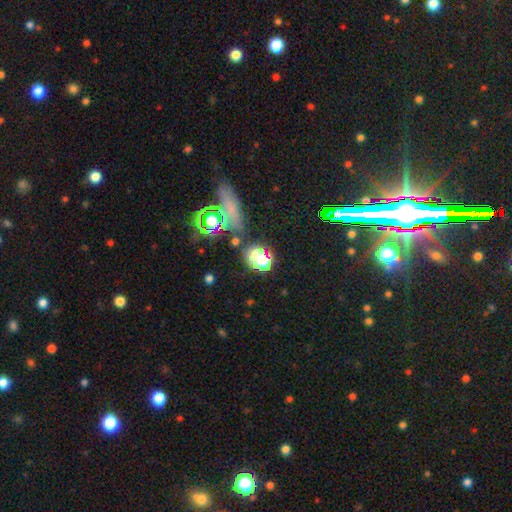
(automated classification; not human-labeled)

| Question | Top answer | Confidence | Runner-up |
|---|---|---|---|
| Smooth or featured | smooth | 50% | star or artifact (39%) |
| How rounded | round | 57% | in between (41%) |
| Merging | none | 66% | minor disturbance (15%) |